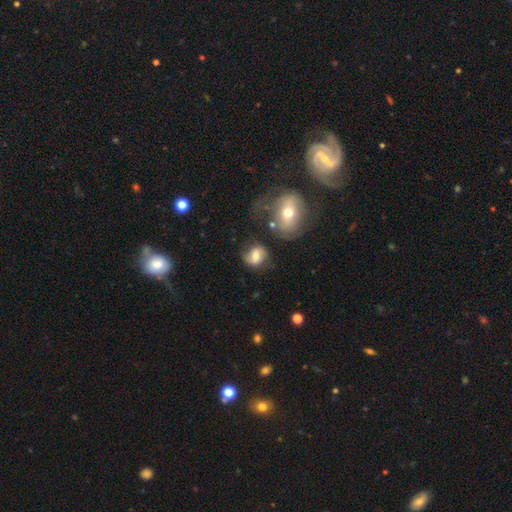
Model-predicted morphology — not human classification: Smooth or featured?
  - smooth: 46% *
  - featured or disk: 45%
  - star or artifact: 10%
Merging?
  - none: 64% *
  - minor disturbance: 19%
  - major disturbance: 9%
  - merger: 8%